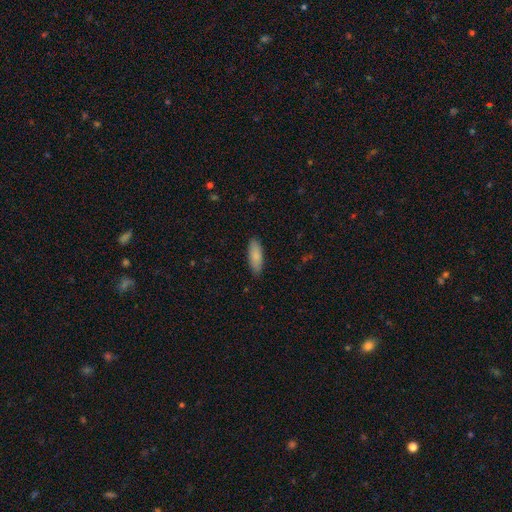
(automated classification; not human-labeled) This is clearly a smooth galaxy (85%). How rounded: likely in between (62%). Merging: clearly none (87%).